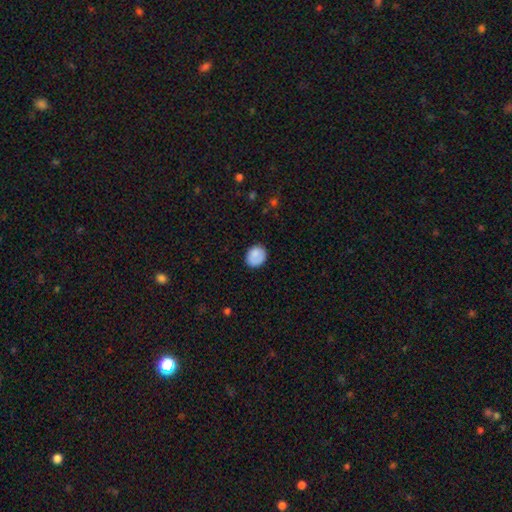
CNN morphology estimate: Smooth or featured: smooth — 83% (featured or disk — 9%)
How rounded: round — 66% (in between — 33%)
Merging: none — 79% (minor disturbance — 15%)